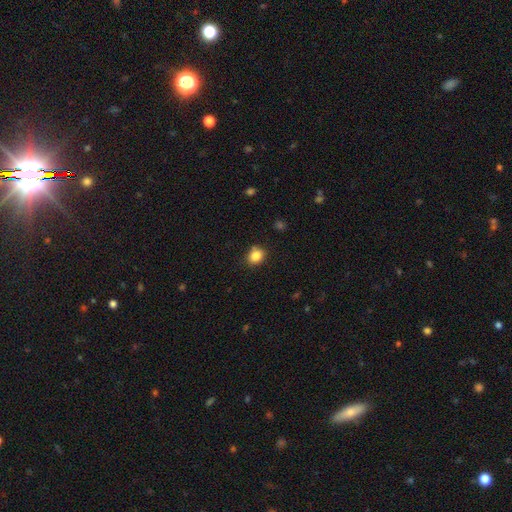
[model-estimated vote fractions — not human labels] Smooth or featured? smooth (85%)
How rounded? round (61%)
Merging? none (78%)